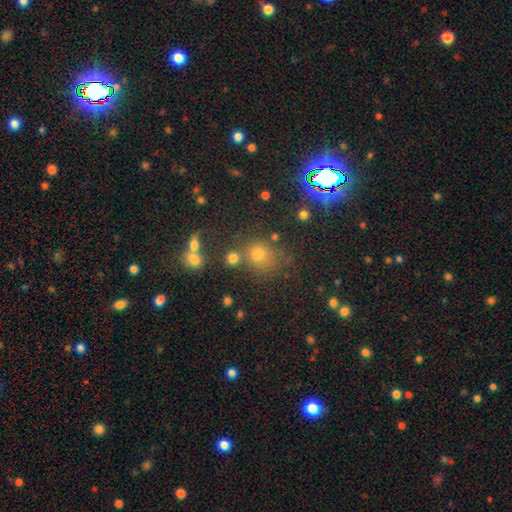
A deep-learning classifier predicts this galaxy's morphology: smooth-or-featured: smooth: 66% | star or artifact: 24% | featured or disk: 10%
  how-rounded: round: 79% | in between: 20% | cigar-shaped: 1%
  merging: none: 63% | merger: 17% | minor disturbance: 13% | major disturbance: 7%